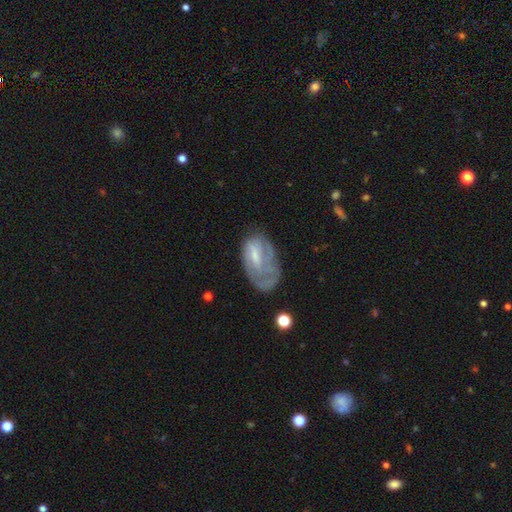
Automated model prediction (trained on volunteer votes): Smooth or featured?
  - featured or disk: 60% *
  - smooth: 33%
  - star or artifact: 8%
Edge-on disk?
  - no: 95% *
  - yes: 5%
Bar?
  - weak: 47% *
  - no: 37%
  - strong: 16%
Spiral arms?
  - yes: 64% *
  - no: 36%
Bulge size?
  - small: 45% *
  - moderate: 30%
  - none: 22%
  - large: 3%
  - dominant: 1%
Merging?
  - none: 40% *
  - major disturbance: 29%
  - minor disturbance: 28%
  - merger: 3%